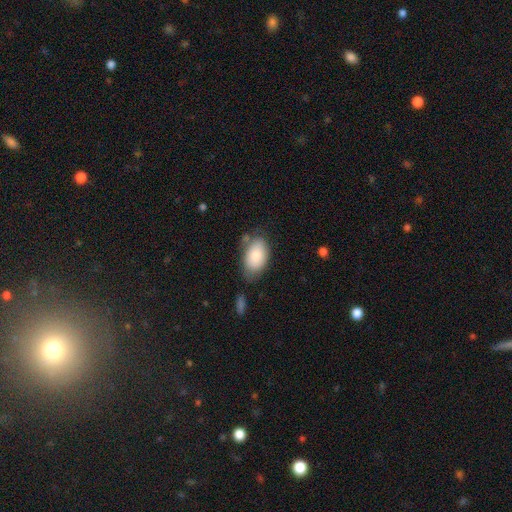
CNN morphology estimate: Smooth or featured? Predicted: smooth (p=0.82). How rounded? Predicted: in between (p=0.92). Merging? Predicted: none (p=0.61).